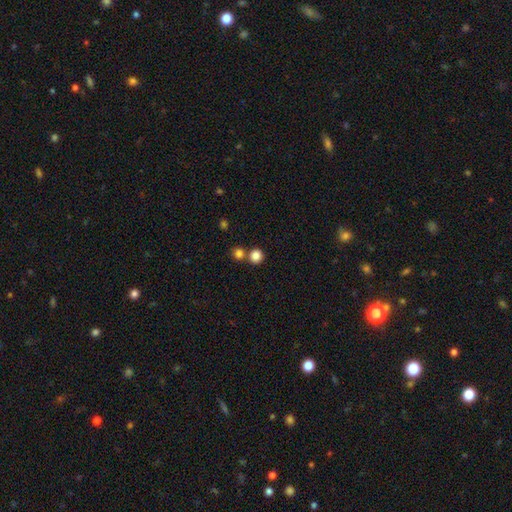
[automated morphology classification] type=smooth (84%); roundness=round (92%); merging=none (69%).